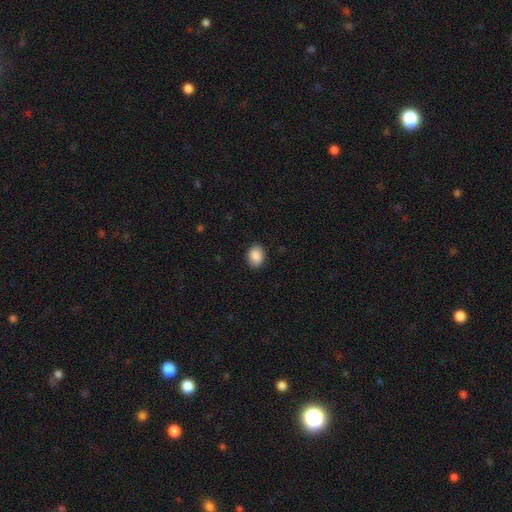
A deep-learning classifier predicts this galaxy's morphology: A smooth galaxy with no disk features (89%) that is in between round and cigar-shaped (72%). Merging: none (88%).